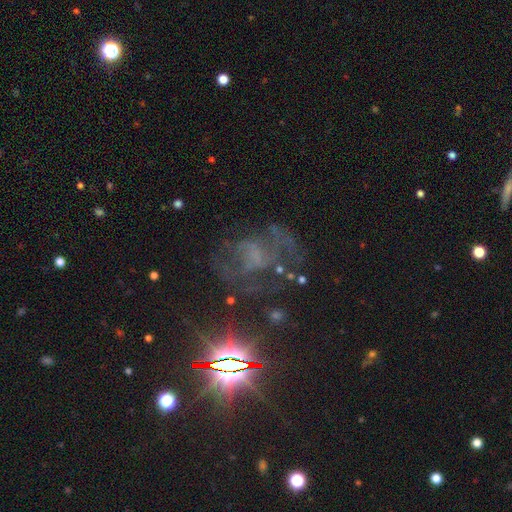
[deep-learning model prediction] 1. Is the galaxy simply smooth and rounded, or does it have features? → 47% featured or disk, 38% star or artifact, 15% smooth.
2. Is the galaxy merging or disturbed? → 49% none, 31% major disturbance, 17% minor disturbance, 3% merger.